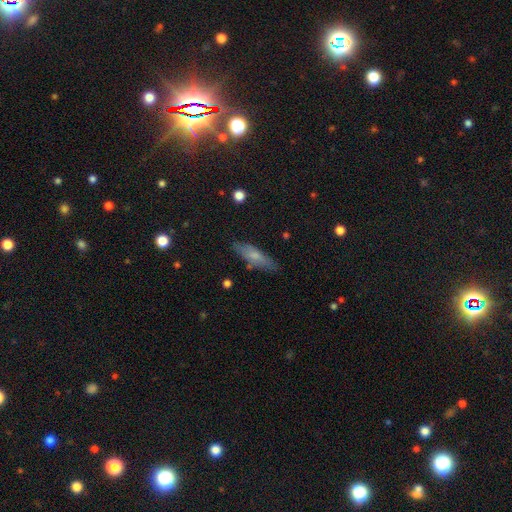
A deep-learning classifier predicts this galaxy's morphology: Smooth or featured: smooth — 59% (featured or disk — 33%)
How rounded: cigar-shaped — 66% (in between — 31%)
Merging: none — 83% (minor disturbance — 13%)